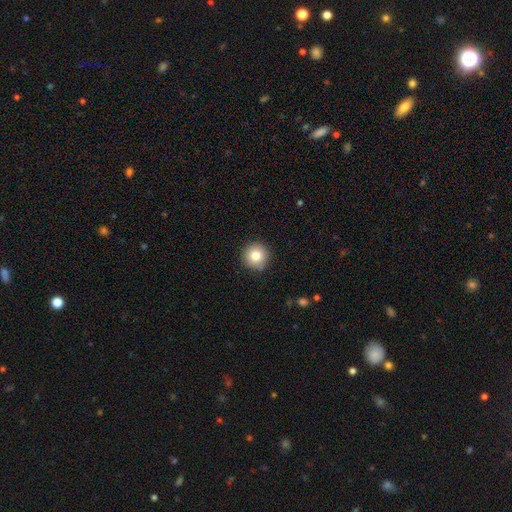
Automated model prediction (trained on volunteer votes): Morphology: type=smooth (81%); roundness=round (96%); merging=none (90%).